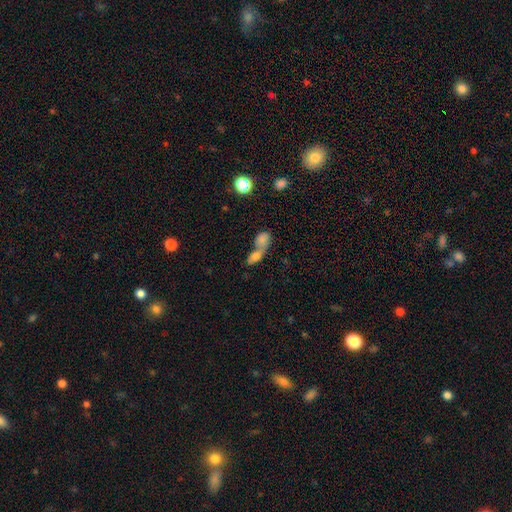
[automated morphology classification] smooth_or_featured: smooth (p=0.72) [alt: featured or disk p=0.17]
how_rounded: in between (p=0.71) [alt: round p=0.22]
merging: merger (p=0.75) [alt: none p=0.15]